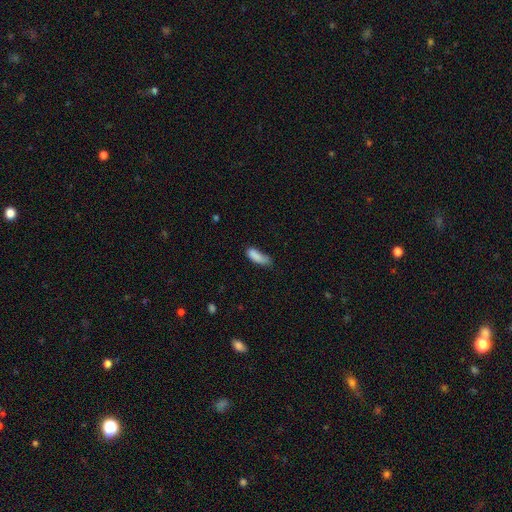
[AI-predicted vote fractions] Smooth or featured? Predicted: smooth (p=0.84). How rounded? Predicted: in between (p=0.70). Merging? Predicted: none (p=0.44).